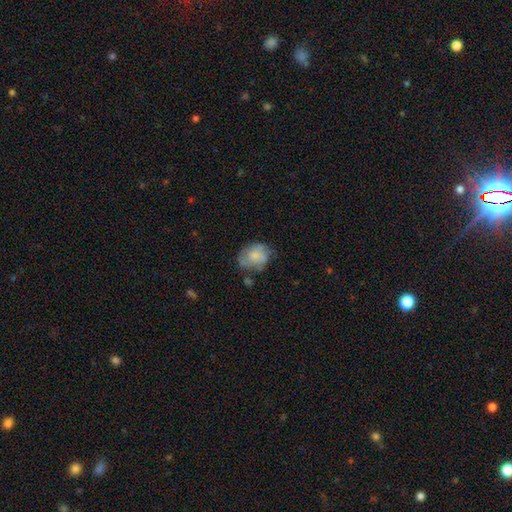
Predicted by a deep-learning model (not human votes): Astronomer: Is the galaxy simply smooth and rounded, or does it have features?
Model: smooth — 64%.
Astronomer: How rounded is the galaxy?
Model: in between — 52% (runner-up: round, 47%).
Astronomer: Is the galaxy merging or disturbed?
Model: none — 50% (runner-up: minor disturbance, 31%).